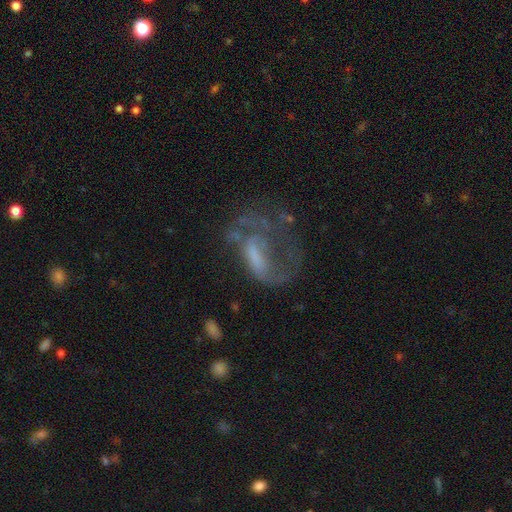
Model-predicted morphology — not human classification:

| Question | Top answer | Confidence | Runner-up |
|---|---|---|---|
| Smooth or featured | featured or disk | 67% | smooth (21%) |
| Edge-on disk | no | 96% | yes (4%) |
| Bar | no | 43% | weak (38%) |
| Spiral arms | yes | 63% | no (37%) |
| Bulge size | none | 43% | moderate (24%) |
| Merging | major disturbance | 50% | none (31%) |